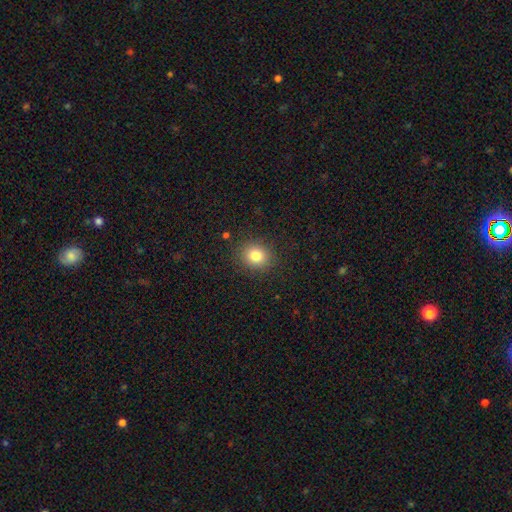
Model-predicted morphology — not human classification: This appears to be a smooth galaxy with no disk features (81%) that is round (80%). Merging: none (88%).